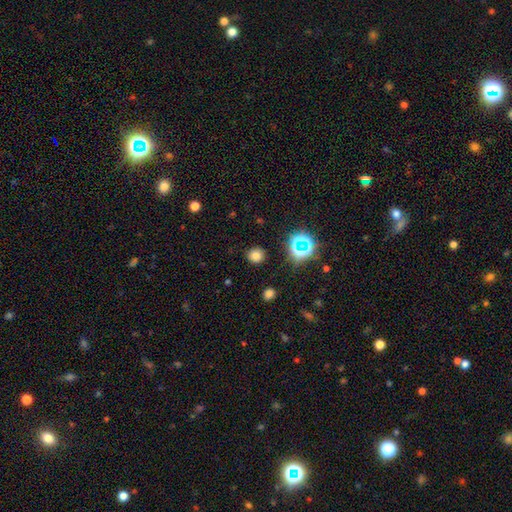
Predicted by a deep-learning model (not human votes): A smooth galaxy with no disk features (73%) that is round (90%).

Vote fractions:
- Smooth or featured? smooth: 73% / star or artifact: 21% / featured or disk: 6%
- How rounded? round: 90% / in between: 9% / cigar-shaped: 1%
- Merging? none: 89% / minor disturbance: 7% / major disturbance: 3% / merger: 2%